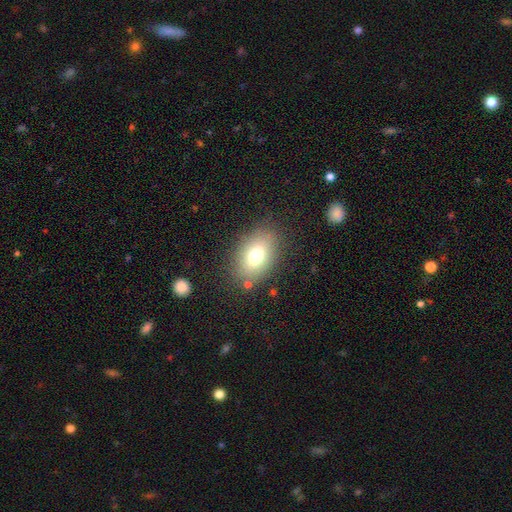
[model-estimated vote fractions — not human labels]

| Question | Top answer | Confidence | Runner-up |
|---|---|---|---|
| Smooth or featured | smooth | 72% | featured or disk (17%) |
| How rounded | in between | 84% | round (14%) |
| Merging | none | 80% | minor disturbance (12%) |